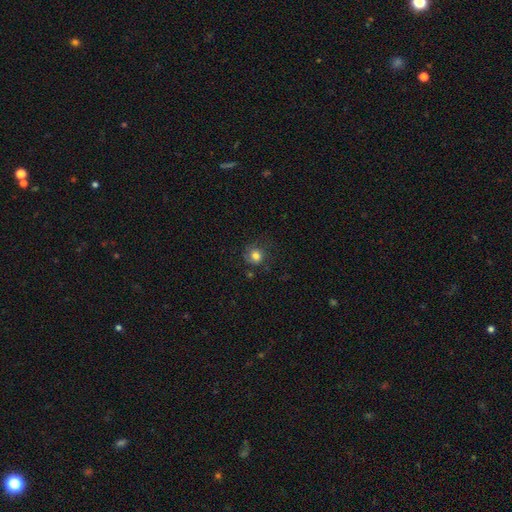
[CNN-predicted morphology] Smooth or featured: smooth — 75% (featured or disk — 13%)
How rounded: round — 88% (in between — 11%)
Merging: none — 71% (minor disturbance — 18%)